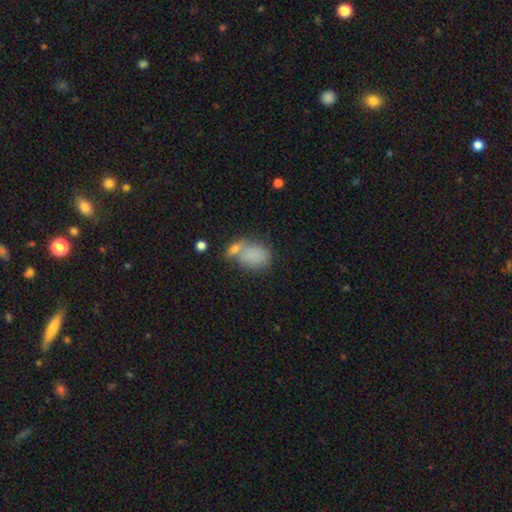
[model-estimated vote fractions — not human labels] smooth-or-featured: smooth: 82% | featured or disk: 10% | star or artifact: 9%
  how-rounded: in between: 69% | round: 29% | cigar-shaped: 2%
  merging: merger: 38% (tied) | none: 38% (tied) | minor disturbance: 16% | major disturbance: 8%